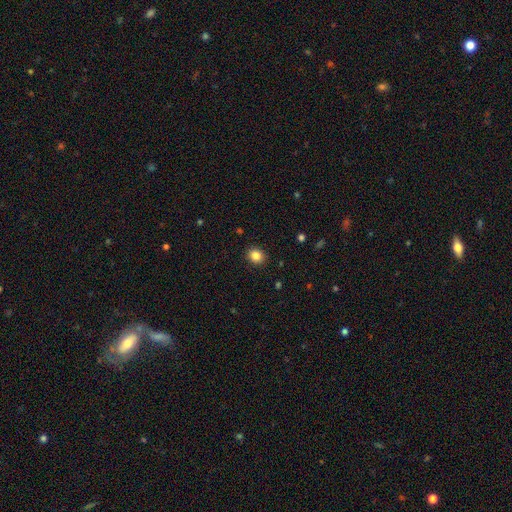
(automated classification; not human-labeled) Overall: smooth (85%). How rounded: round (71%). Merging: none (91%).